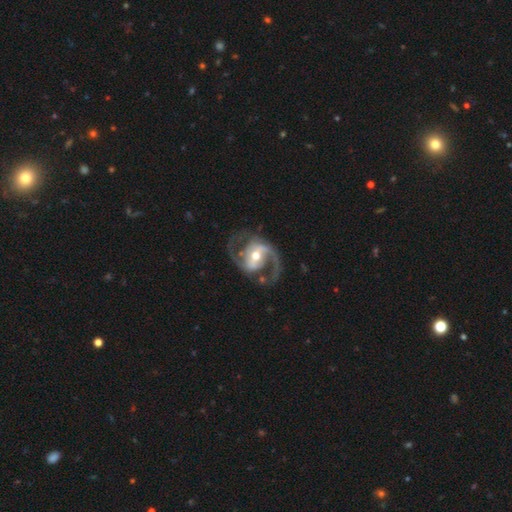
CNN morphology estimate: smooth-or-featured: featured or disk: 91% | smooth: 5% | star or artifact: 4%
  disk-edge-on: no: 97% | yes: 3%
    bar: strong: 39% | weak: 37% | no: 24%
    has-spiral-arms: yes: 96% | no: 4%
      spiral-winding: medium: 58% | loose: 30% | tight: 13%
      spiral-arm-count: 2: 93% | can't tell: 2% | 1: 2% | 3: 1% | 4: 1% | more than 4: 1%
    bulge-size: moderate: 67% | small: 23% | large: 7% | dominant: 1% | none: 1%
  merging: none: 75% | minor disturbance: 13% | major disturbance: 11% | merger: 2%